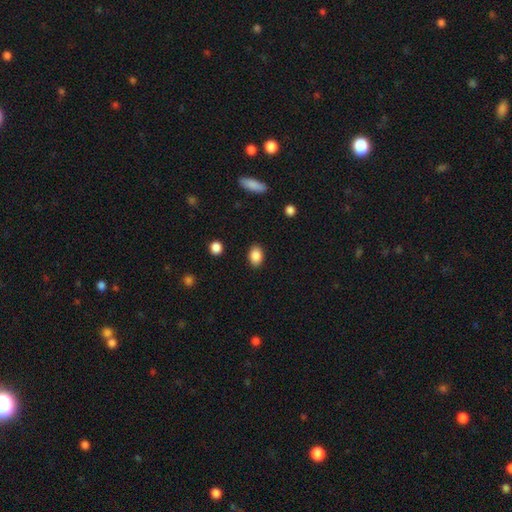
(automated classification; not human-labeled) Q: Smooth or featured?
A: smooth (87%); runner-up: star or artifact (8%)
Q: How rounded?
A: in between (79%); runner-up: round (19%)
Q: Merging?
A: none (88%); runner-up: minor disturbance (8%)